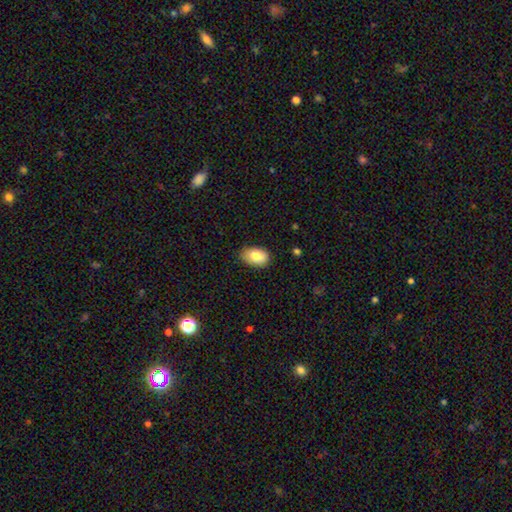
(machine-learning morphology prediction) smooth 80%, featured or disk 12%, star or artifact 7%. Down the decision tree: how rounded — in between (88%); merging — none (81%).